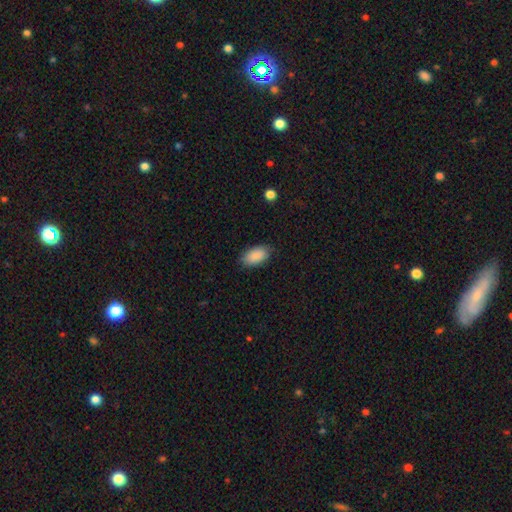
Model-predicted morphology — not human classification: This appears to be a smooth galaxy with no disk features (90%) that is in between round and cigar-shaped (94%). Merging: none (85%).